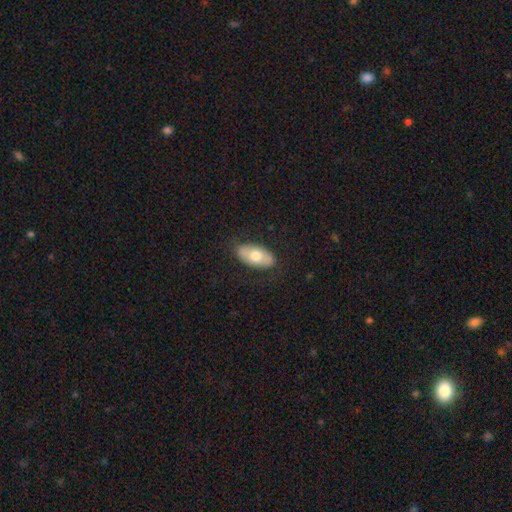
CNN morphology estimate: Smooth or featured? smooth (64%)
How rounded? in between (93%)
Merging? none (82%)